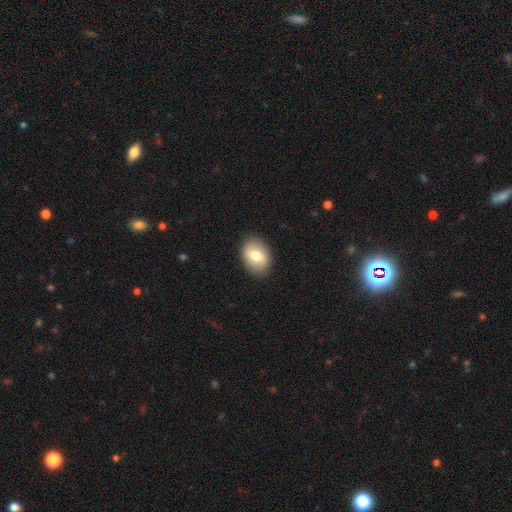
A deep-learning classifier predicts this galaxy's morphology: A smooth galaxy with no disk features (72%) that is in between round and cigar-shaped (72%).

Vote fractions:
- Smooth or featured? smooth: 72% / featured or disk: 21% / star or artifact: 7%
- How rounded? in between: 72% / round: 27% / cigar-shaped: 1%
- Merging? none: 88% / minor disturbance: 9% / major disturbance: 2% / merger: 1%